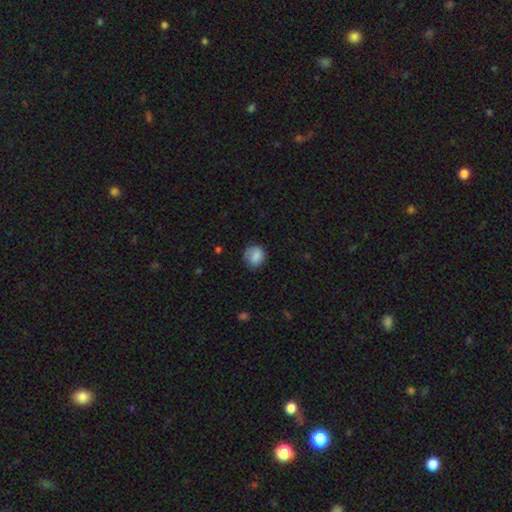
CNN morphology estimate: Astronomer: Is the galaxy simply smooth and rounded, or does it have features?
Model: smooth — 82%.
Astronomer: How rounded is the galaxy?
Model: round — 75%.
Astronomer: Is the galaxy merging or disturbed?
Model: none — 70%.